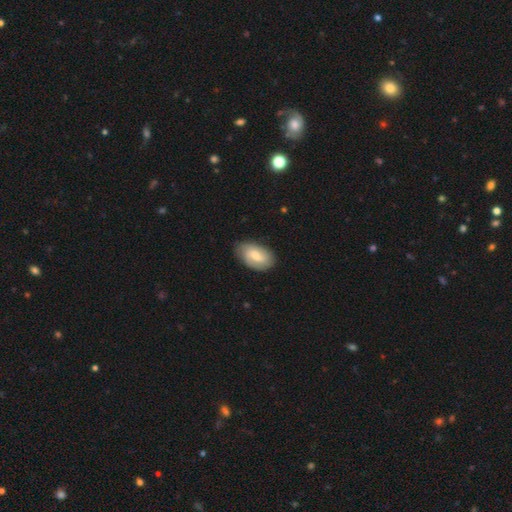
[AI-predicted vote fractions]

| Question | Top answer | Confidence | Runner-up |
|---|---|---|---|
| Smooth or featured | smooth | 55% | featured or disk (38%) |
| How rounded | in between | 92% | round (6%) |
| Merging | none | 77% | minor disturbance (18%) |